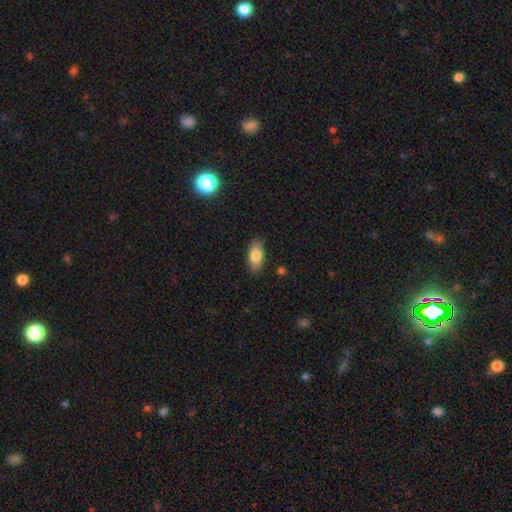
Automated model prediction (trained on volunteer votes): Smooth or featured? smooth (81%)
How rounded? in between (88%)
Merging? none (86%)